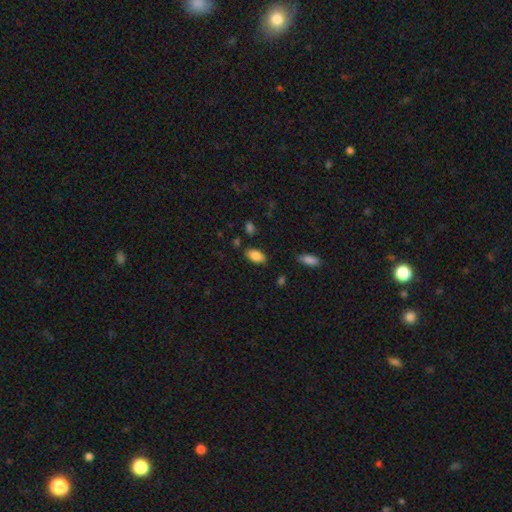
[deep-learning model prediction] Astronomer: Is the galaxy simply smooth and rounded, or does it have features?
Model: smooth — 86%.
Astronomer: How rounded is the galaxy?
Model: in between — 93%.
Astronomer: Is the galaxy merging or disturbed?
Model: none — 83%.